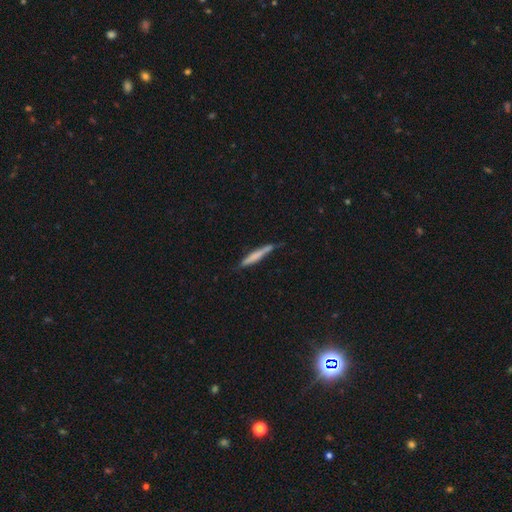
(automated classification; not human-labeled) Morphology: type=smooth (63%); roundness=cigar-shaped (94%); merging=none (69%).